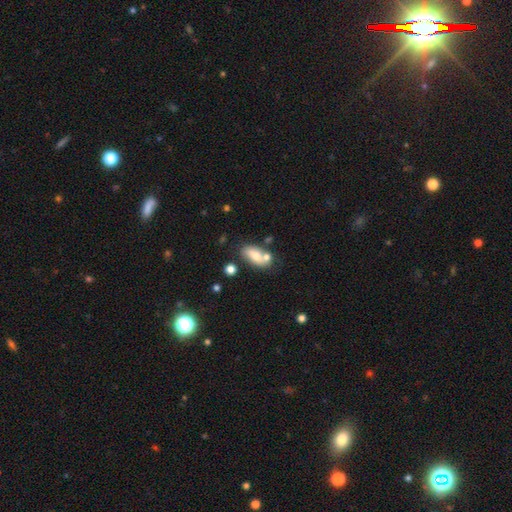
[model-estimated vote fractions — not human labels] A smooth galaxy with no disk features (64%) that is in between round and cigar-shaped (87%).

Vote fractions:
- Smooth or featured? smooth: 64% / featured or disk: 28% / star or artifact: 8%
- How rounded? in between: 87% / cigar-shaped: 7% / round: 6%
- Merging? none: 54% / merger: 26% / minor disturbance: 16% / major disturbance: 5%